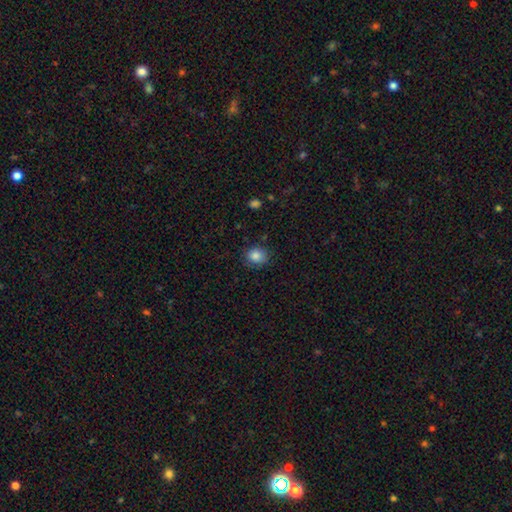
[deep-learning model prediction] Overall: smooth (84%). How rounded: round (70%). Merging: none (78%).